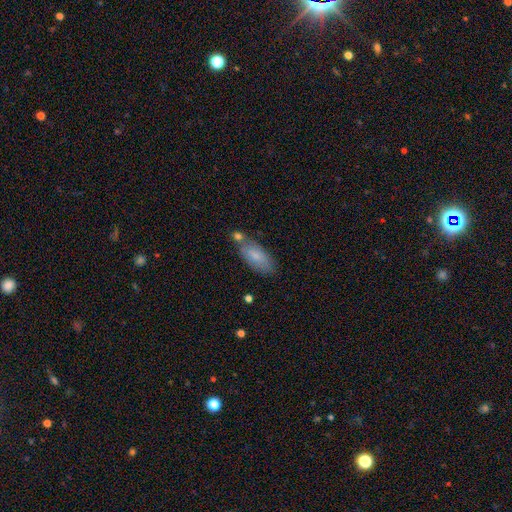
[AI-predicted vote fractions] A smooth galaxy with no disk features (77%) that is in between round and cigar-shaped (82%).

Vote fractions:
- Smooth or featured? smooth: 77% / featured or disk: 16% / star or artifact: 6%
- How rounded? in between: 82% / cigar-shaped: 16% / round: 2%
- Merging? none: 61% / minor disturbance: 19% / merger: 16% / major disturbance: 4%